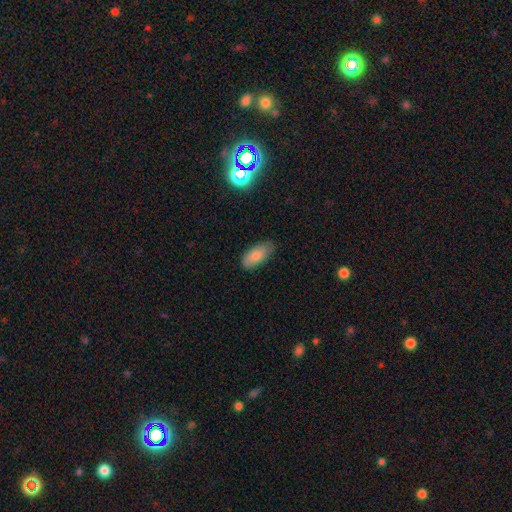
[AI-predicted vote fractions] Smooth or featured? Predicted: smooth (p=0.82). How rounded? Predicted: in between (p=0.91). Merging? Predicted: none (p=0.77).